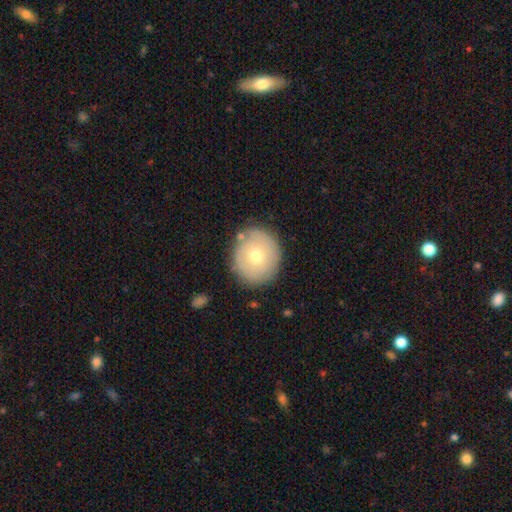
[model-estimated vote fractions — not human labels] Smooth or featured? Predicted: smooth (p=0.62). How rounded? Predicted: round (p=0.79). Merging? Predicted: none (p=0.81).